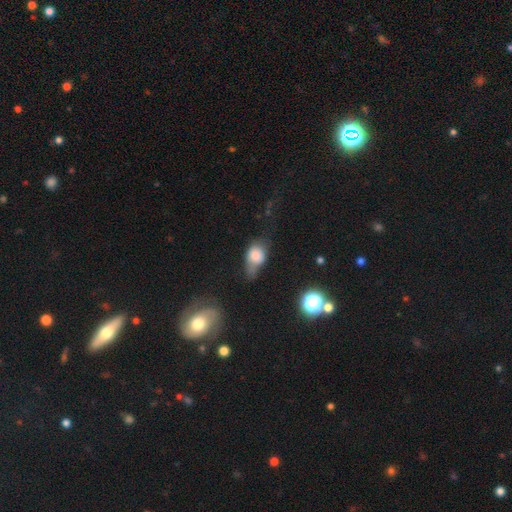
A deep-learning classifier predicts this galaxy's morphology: Smooth or featured? Predicted: smooth (p=0.73). How rounded? Predicted: in between (p=0.71). Merging? Predicted: minor disturbance (p=0.38).